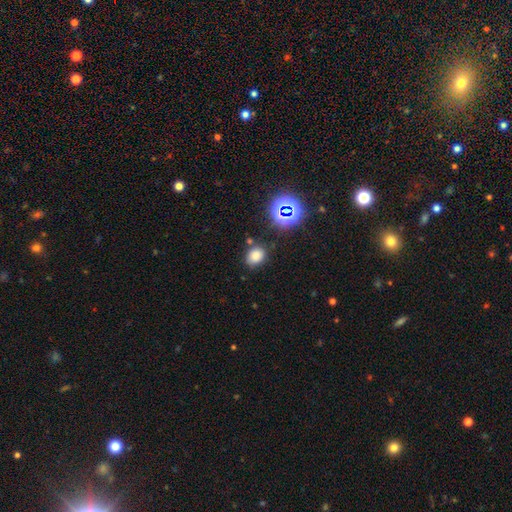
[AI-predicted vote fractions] The model was most divided on "how rounded": in between: 52%, round: 47%, cigar-shaped: 1%. More confident: merging — none (77%); smooth or featured — smooth (75%).